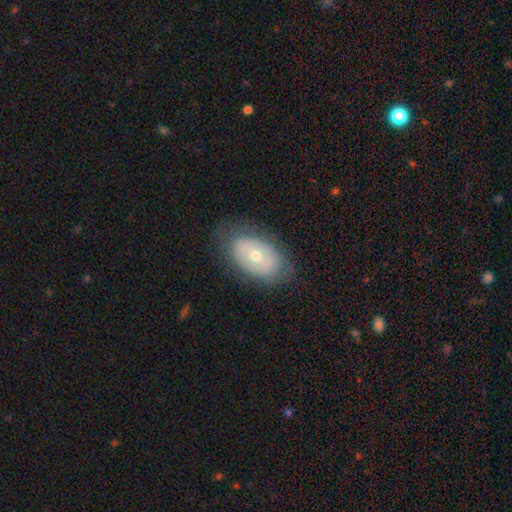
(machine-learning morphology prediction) Q: Smooth or featured?
A: smooth (51%); runner-up: featured or disk (42%)
Q: How rounded?
A: in between (88%); runner-up: round (11%)
Q: Merging?
A: none (74%); runner-up: minor disturbance (18%)